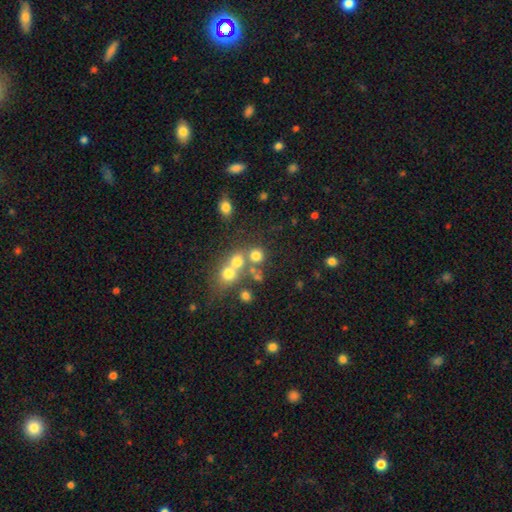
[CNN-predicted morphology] smooth_or_featured: smooth (p=0.70) [alt: star or artifact p=0.18]
how_rounded: round (p=0.87) [alt: in between p=0.12]
merging: none (p=0.55) [alt: merger p=0.32]